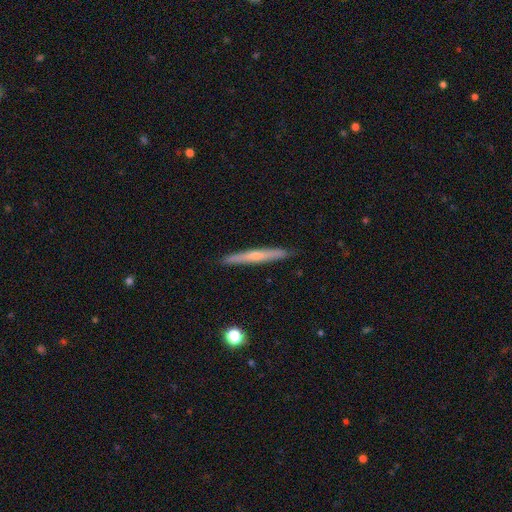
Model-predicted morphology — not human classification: A featured or disk galaxy (55%) viewed edge-on (95%) with a rounded central bulge (58%).

Vote fractions:
- Smooth or featured? featured or disk: 55% / smooth: 39% / star or artifact: 6%
- Edge-on disk? yes: 95% / no: 5%
- Edge-on bulge? rounded: 58% / none: 39% / boxy: 3%
- Merging? none: 90% / minor disturbance: 7% / major disturbance: 1% / merger: 1%